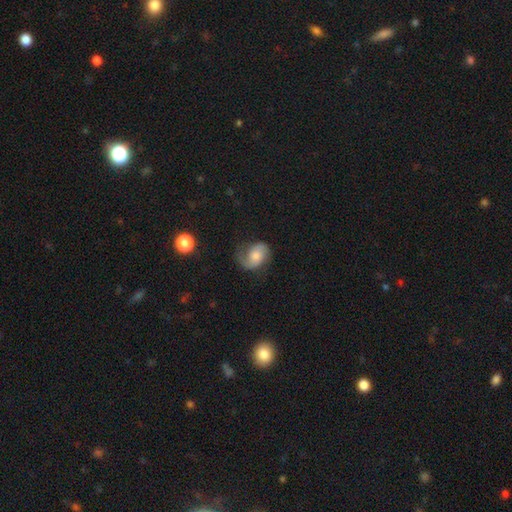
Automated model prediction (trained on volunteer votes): This appears to be a featured or disk galaxy (59%) with no bar (67%), 2 (55%) medium (41%) spiral arms (91%) and a moderate central bulge (52%). Merging: none (52%).